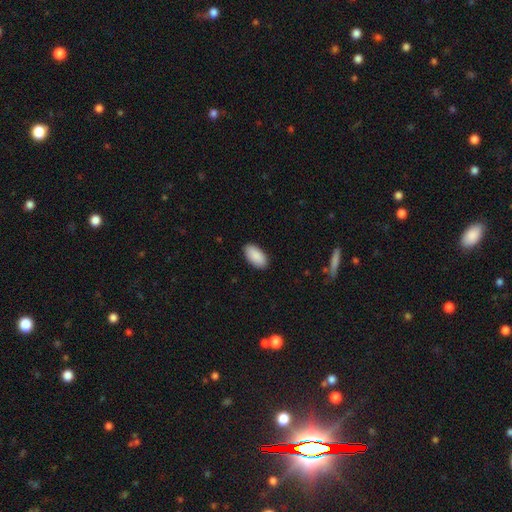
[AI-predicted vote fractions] A smooth galaxy with no disk features (91%) that is in between round and cigar-shaped (95%). Merging: none (89%).